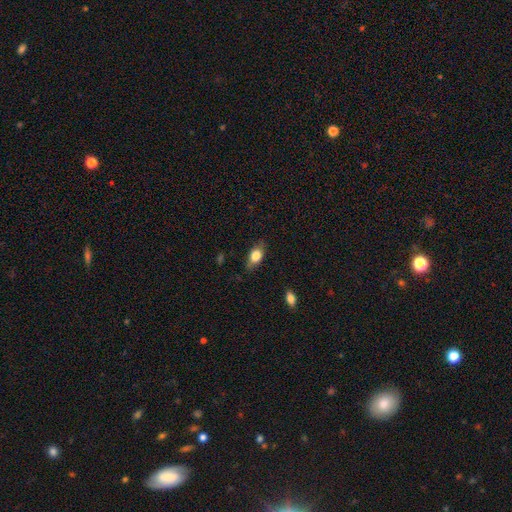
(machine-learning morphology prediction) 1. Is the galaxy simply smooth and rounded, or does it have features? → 76% smooth, 16% featured or disk, 8% star or artifact.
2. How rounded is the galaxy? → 83% in between, 10% round, 7% cigar-shaped.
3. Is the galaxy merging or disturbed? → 75% none, 19% minor disturbance, 4% major disturbance, 1% merger.